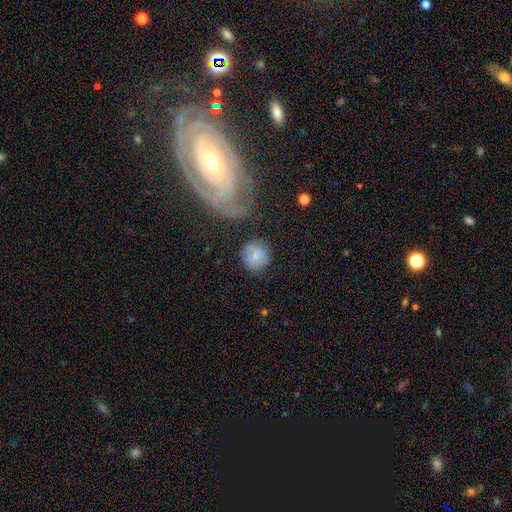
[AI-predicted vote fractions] This appears to be a smooth galaxy with no disk features (75%) that is round (89%). Merging: none (74%).